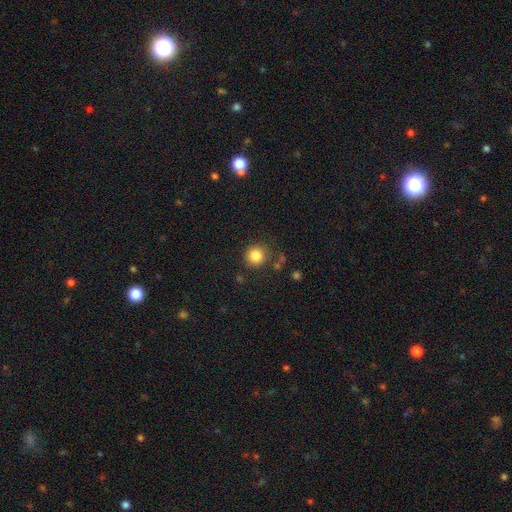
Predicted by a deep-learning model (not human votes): Q: Smooth or featured?
A: smooth (84%); runner-up: star or artifact (11%)
Q: How rounded?
A: round (93%); runner-up: in between (6%)
Q: Merging?
A: none (85%); runner-up: minor disturbance (9%)